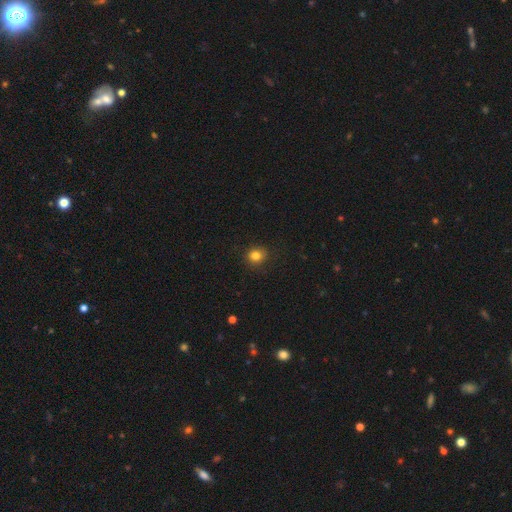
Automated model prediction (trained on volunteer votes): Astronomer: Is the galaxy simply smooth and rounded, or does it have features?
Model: smooth — 83%.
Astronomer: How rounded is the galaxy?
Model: round — 80%.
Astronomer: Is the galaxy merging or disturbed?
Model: none — 87%.